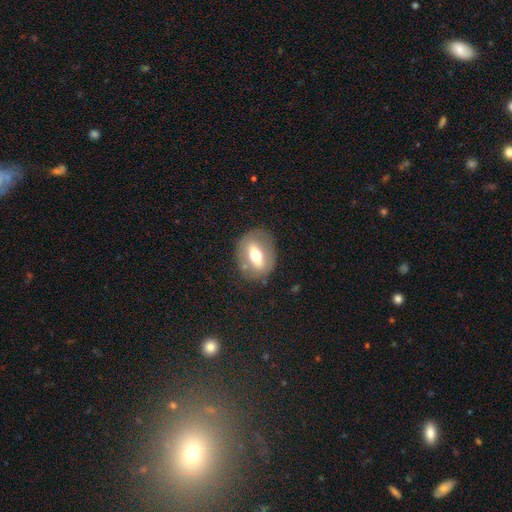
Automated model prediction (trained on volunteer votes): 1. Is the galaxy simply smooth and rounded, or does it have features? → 47% featured or disk, 45% smooth, 8% star or artifact.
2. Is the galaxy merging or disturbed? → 79% none, 13% minor disturbance, 6% major disturbance, 2% merger.